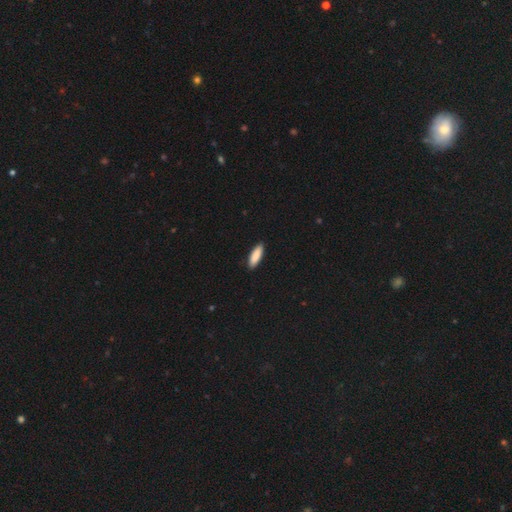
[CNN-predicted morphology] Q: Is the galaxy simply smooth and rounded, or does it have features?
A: smooth — 89%.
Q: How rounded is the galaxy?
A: in between — 52%.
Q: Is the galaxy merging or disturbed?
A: none — 89%.